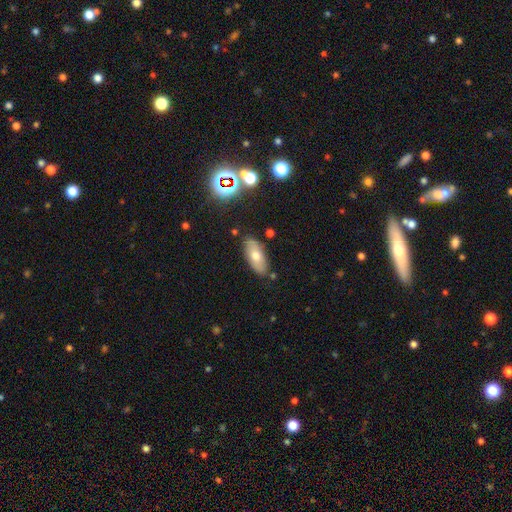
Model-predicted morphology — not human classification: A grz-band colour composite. It shows a smooth galaxy with no disk features (66%) that is in between round and cigar-shaped (87%). Merging: none (82%).